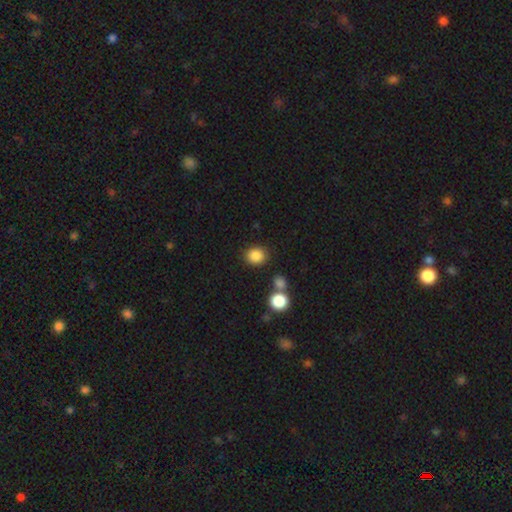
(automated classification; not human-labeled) This is clearly a smooth galaxy (86%). How rounded: likely round (72%). Merging: clearly none (82%).